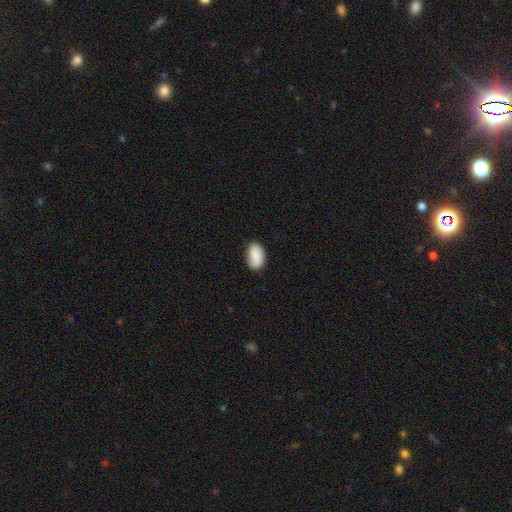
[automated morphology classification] type=smooth (81%); roundness=in between (92%); merging=none (76%).